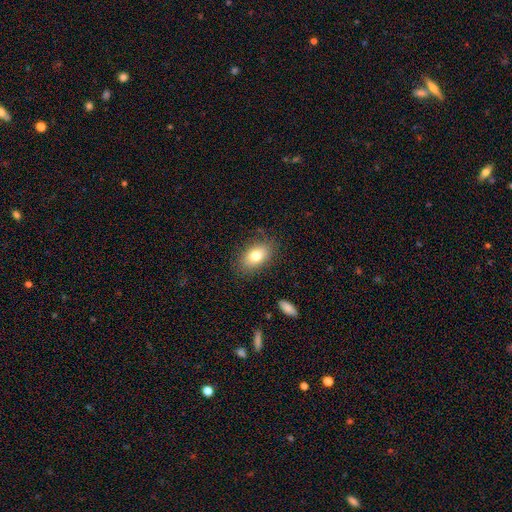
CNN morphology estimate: smooth 78%, featured or disk 14%, star or artifact 9%. Down the decision tree: how rounded — in between (88%); merging — none (83%).